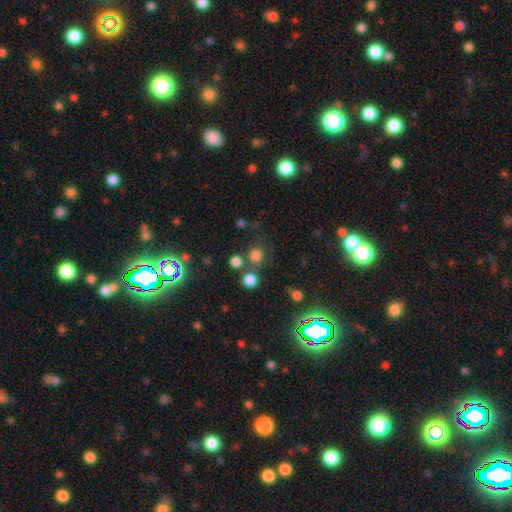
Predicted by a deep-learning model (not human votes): This appears to be a smooth galaxy with no disk features (74%) that is round (90%). Merging: none (69%).